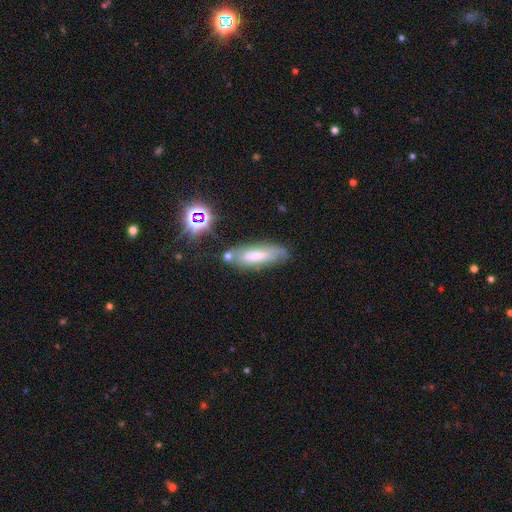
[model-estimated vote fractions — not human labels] Overall: smooth (59%; featured or disk 29%). How rounded: in between (51%; cigar-shaped 46%). Merging: none (56%; minor disturbance 25%).